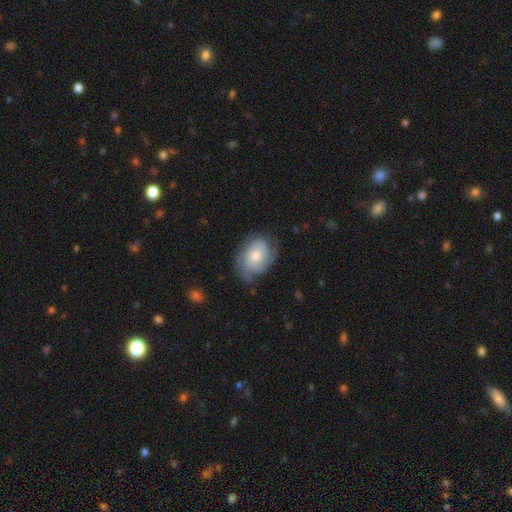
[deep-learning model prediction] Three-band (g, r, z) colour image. It shows a smooth galaxy with no disk features (48%). Merging: none (58%).